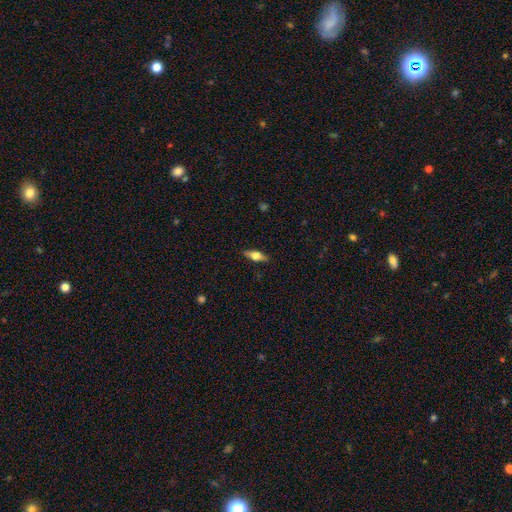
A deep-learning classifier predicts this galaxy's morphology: Smooth or featured? smooth (55%)
How rounded? in between (65%)
Merging? none (87%)